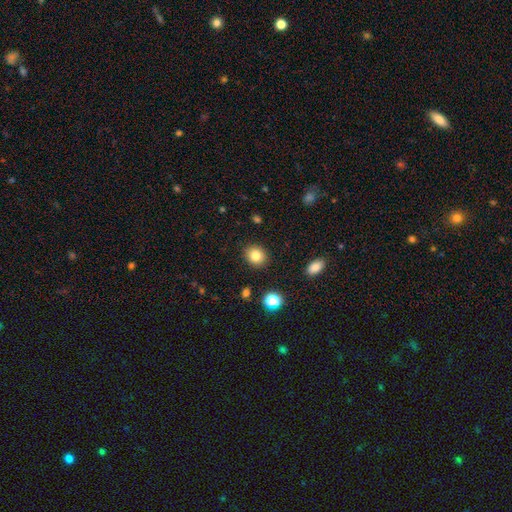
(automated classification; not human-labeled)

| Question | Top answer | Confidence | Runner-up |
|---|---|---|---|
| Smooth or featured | smooth | 81% | star or artifact (11%) |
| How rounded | round | 73% | in between (26%) |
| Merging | none | 89% | minor disturbance (7%) |